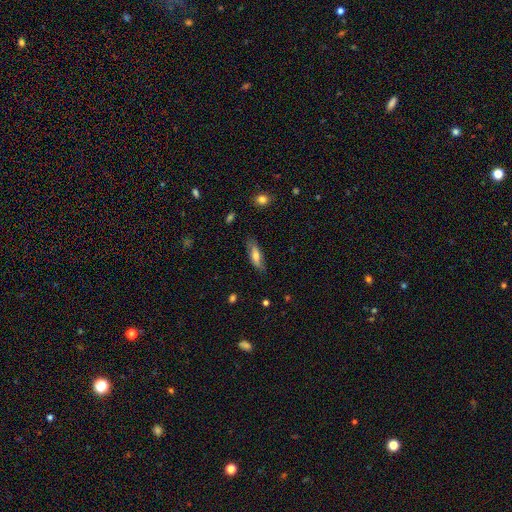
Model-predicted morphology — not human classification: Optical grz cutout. It shows a smooth galaxy with no disk features (60%) that is in between round and cigar-shaped (56%). Merging: none (79%).